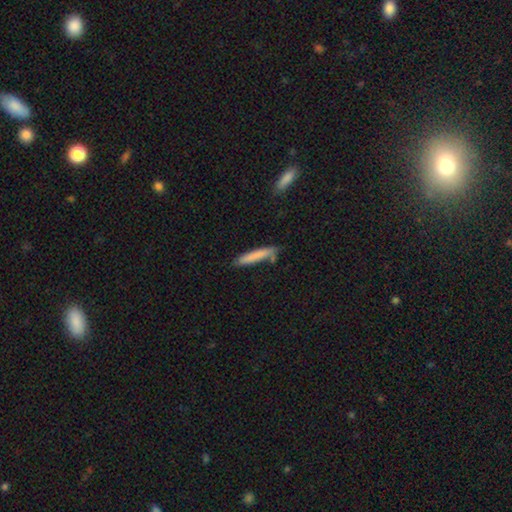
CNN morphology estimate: Q: Smooth or featured?
A: smooth (79%); runner-up: featured or disk (15%)
Q: How rounded?
A: cigar-shaped (92%); runner-up: in between (7%)
Q: Merging?
A: none (73%); runner-up: minor disturbance (17%)